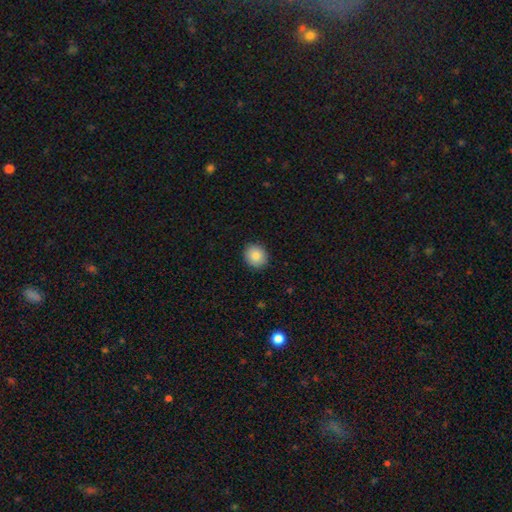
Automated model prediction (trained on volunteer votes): smooth_or_featured: smooth (p=0.86) [alt: star or artifact p=0.08]
how_rounded: round (p=0.84) [alt: in between p=0.15]
merging: none (p=0.91) [alt: minor disturbance p=0.06]